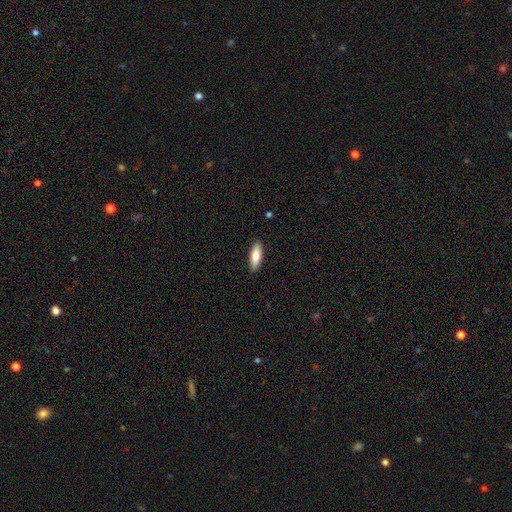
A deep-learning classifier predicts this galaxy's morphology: Smooth or featured? smooth (78%)
How rounded? in between (64%)
Merging? none (89%)